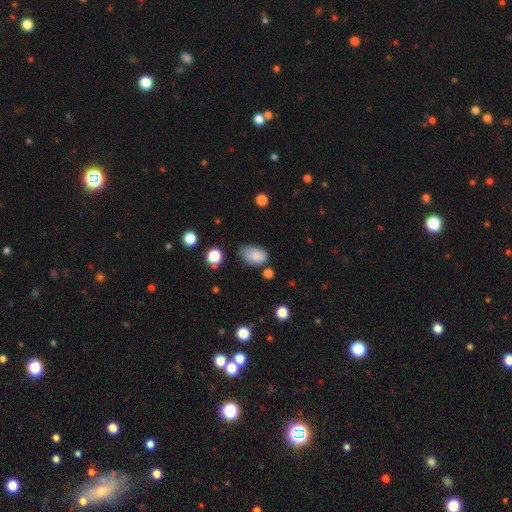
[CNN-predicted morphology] Overall: smooth (82%). How rounded: in between (89%). Merging: none (52%; minor disturbance 34%).